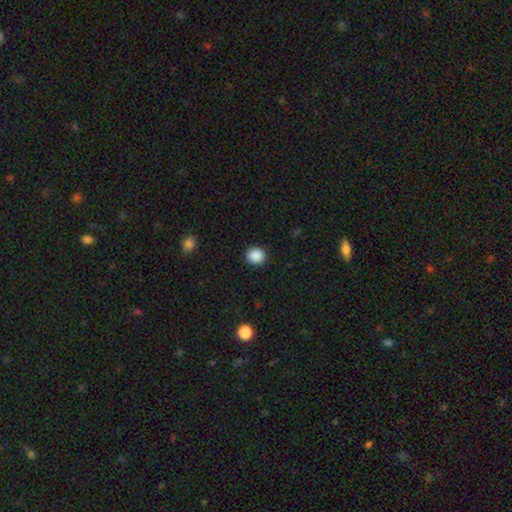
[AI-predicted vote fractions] Overall: smooth (89%). How rounded: round (82%). Merging: none (91%).